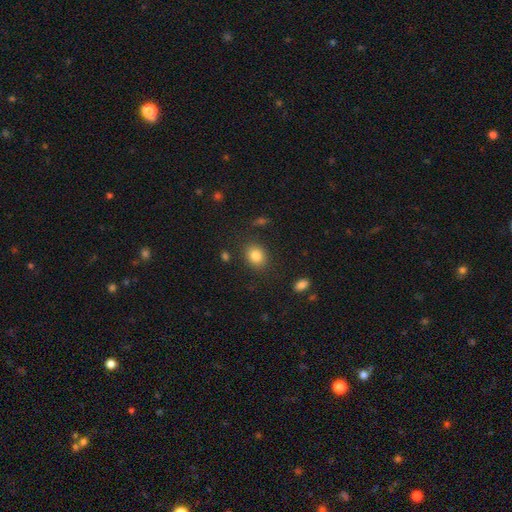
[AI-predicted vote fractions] The model was most divided on "how rounded": round: 53%, in between: 46%, cigar-shaped: 1%. More confident: merging — none (84%); smooth or featured — smooth (84%).